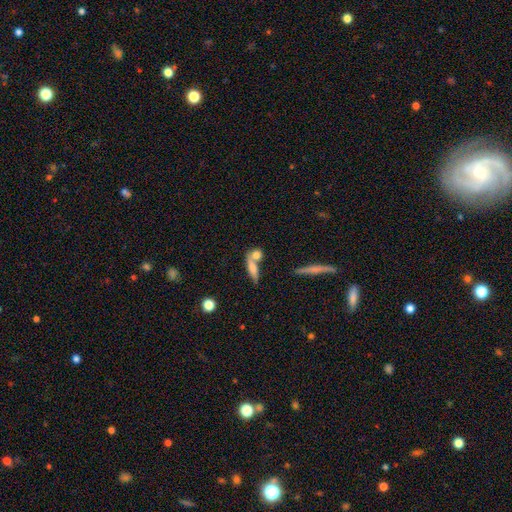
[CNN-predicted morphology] smooth_or_featured: smooth (p=0.69) [alt: featured or disk p=0.22]
how_rounded: in between (p=0.39) [alt: cigar-shaped p=0.38]
merging: merger (p=0.47) [alt: none p=0.39]